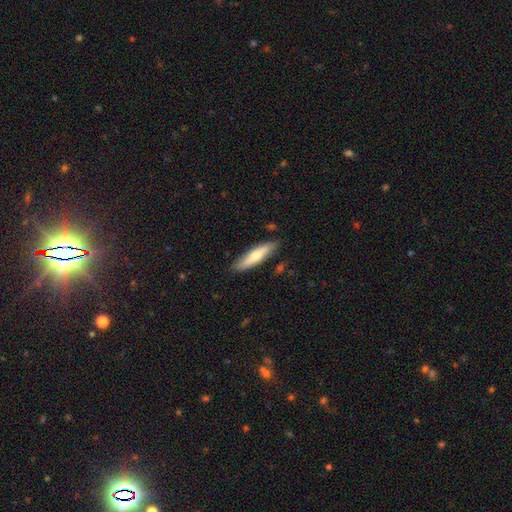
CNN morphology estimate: Smooth or featured? Predicted: smooth (p=0.66). How rounded? Predicted: cigar-shaped (p=0.73). Merging? Predicted: none (p=0.85).